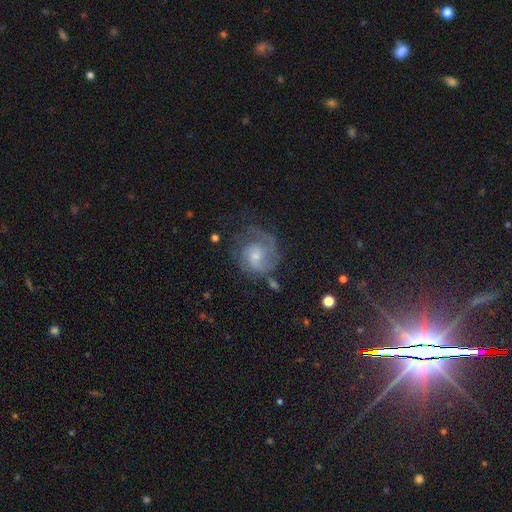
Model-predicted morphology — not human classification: featured or disk 76%, smooth 15%, star or artifact 9%. Down the decision tree: edge-on disk — no (98%); bar — no (62%); spiral arms — yes (93%); spiral arm count — 2 (41%); spiral winding — tight (46%); bulge size — small (51%); merging — none (58%).